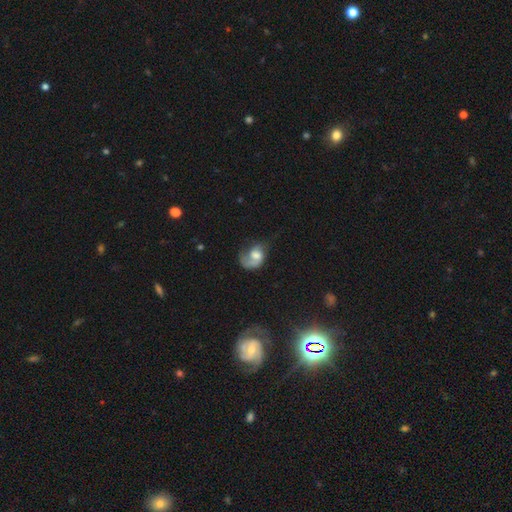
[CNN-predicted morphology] The model was most divided on "merging": major disturbance: 38%, none: 33%, minor disturbance: 24%, merger: 5%. Remaining: edge-on disk — no (97%); spiral arms — yes (84%); bar — no (63%); smooth or featured — featured or disk (61%); bulge size — moderate (43%).